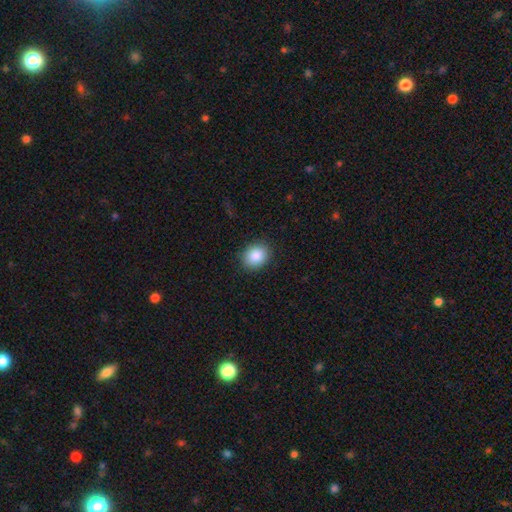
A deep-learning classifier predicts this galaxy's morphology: Smooth or featured? smooth (88%)
How rounded? round (62%)
Merging? none (89%)